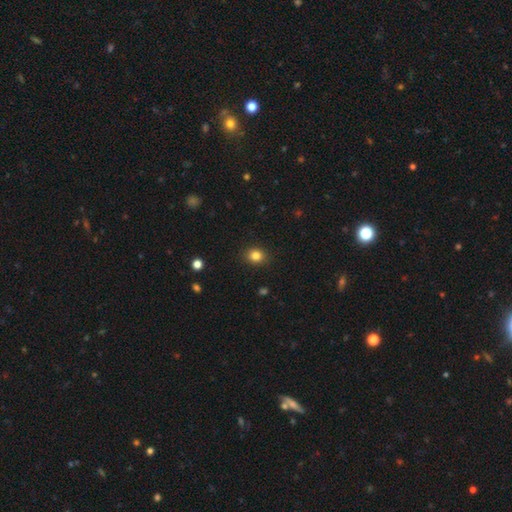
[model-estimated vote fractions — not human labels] Smooth or featured? smooth (83%)
How rounded? round (65%)
Merging? none (90%)